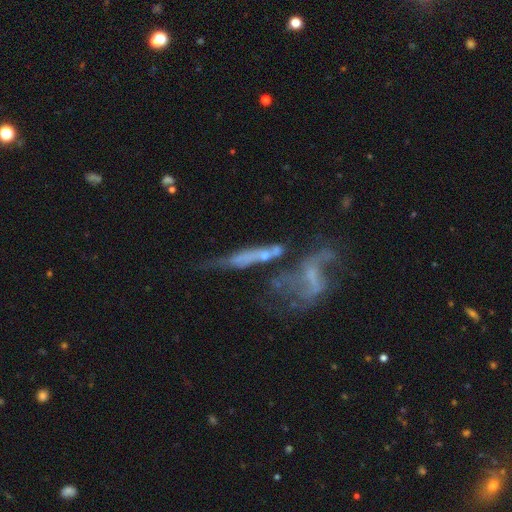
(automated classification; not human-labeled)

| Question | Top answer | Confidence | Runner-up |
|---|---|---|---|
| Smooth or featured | featured or disk | 60% | smooth (26%) |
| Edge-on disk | no | 62% | yes (38%) |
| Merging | merger | 37% | none (29%) |